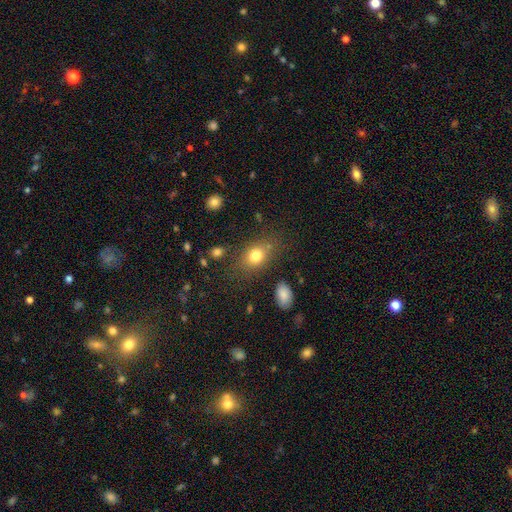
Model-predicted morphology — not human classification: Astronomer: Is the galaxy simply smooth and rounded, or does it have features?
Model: smooth — 78%.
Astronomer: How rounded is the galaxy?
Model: in between — 64%.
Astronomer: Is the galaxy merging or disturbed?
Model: none — 73%.